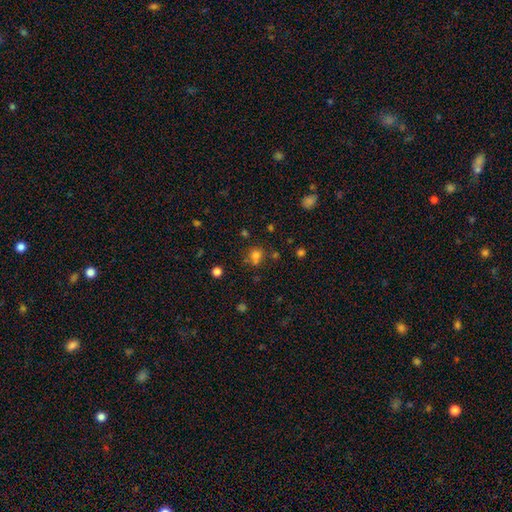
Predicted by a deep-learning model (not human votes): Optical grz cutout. It shows a smooth galaxy with no disk features (73%) that is round (78%). Merging: none (60%).